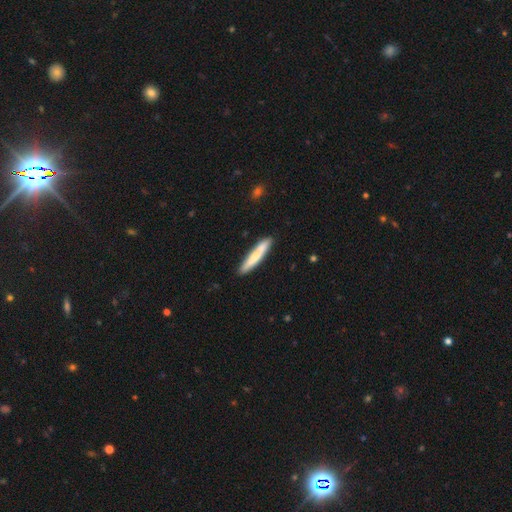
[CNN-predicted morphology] The model was most divided on "smooth or featured": smooth: 71%, featured or disk: 24%, star or artifact: 5%. More confident: how rounded — cigar-shaped (93%); merging — none (87%).